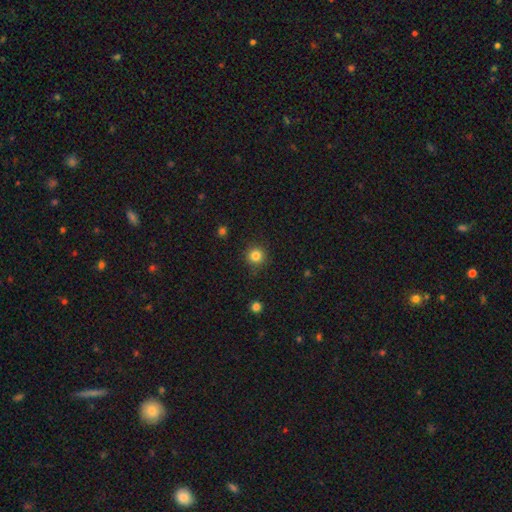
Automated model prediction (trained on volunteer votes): smooth_or_featured: smooth (p=0.84) [alt: star or artifact p=0.12]
how_rounded: round (p=0.94) [alt: in between p=0.05]
merging: none (p=0.89) [alt: minor disturbance p=0.07]